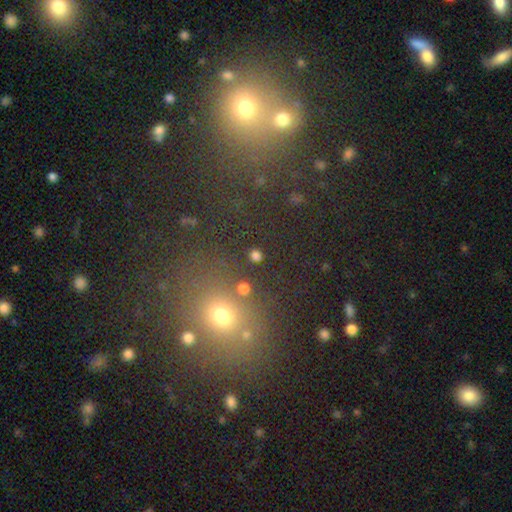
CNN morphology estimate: This appears to be a smooth galaxy with no disk features (77%) that is round (83%). Merging: none (88%).